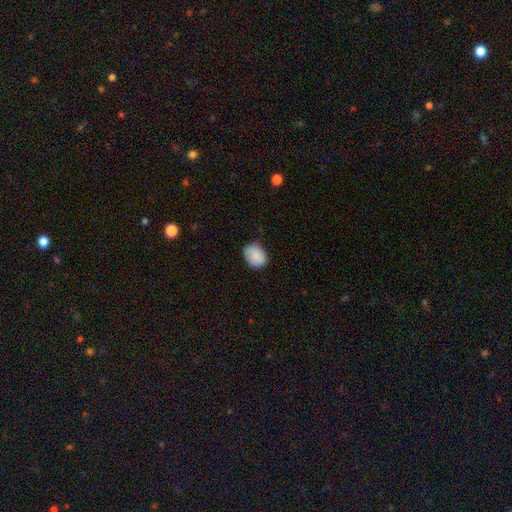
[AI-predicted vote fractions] Q: Smooth or featured?
A: smooth (86%); runner-up: featured or disk (7%)
Q: How rounded?
A: in between (53%); runner-up: round (46%)
Q: Merging?
A: none (72%); runner-up: minor disturbance (23%)